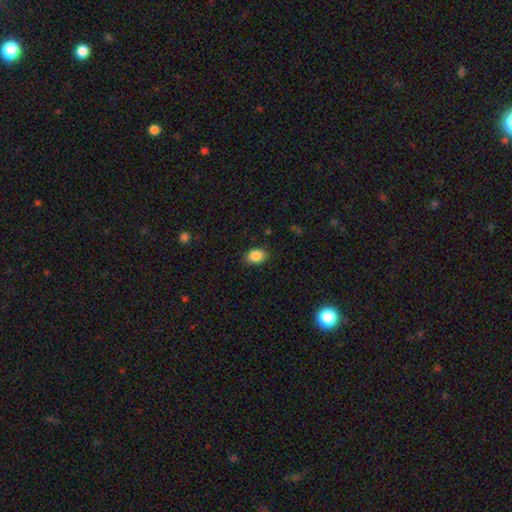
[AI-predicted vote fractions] This appears to be a smooth galaxy with no disk features (87%) that is in between round and cigar-shaped (74%). Merging: none (86%).